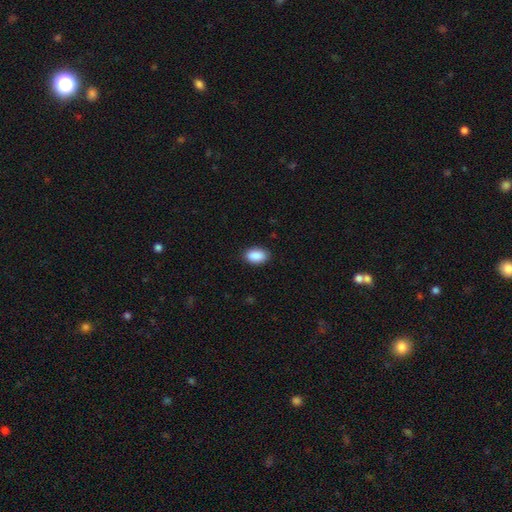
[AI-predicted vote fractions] Smooth or featured: smooth — 90% (star or artifact — 7%)
How rounded: in between — 92% (round — 6%)
Merging: none — 88% (minor disturbance — 9%)